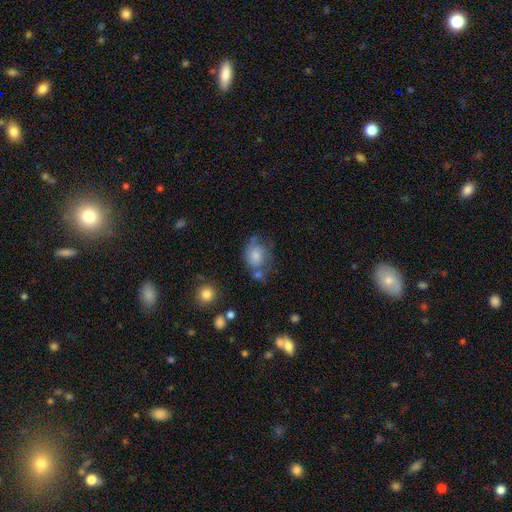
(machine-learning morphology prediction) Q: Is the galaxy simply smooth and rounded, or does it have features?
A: smooth — 53%.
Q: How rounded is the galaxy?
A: in between — 58%.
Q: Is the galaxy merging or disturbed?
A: none — 44%.